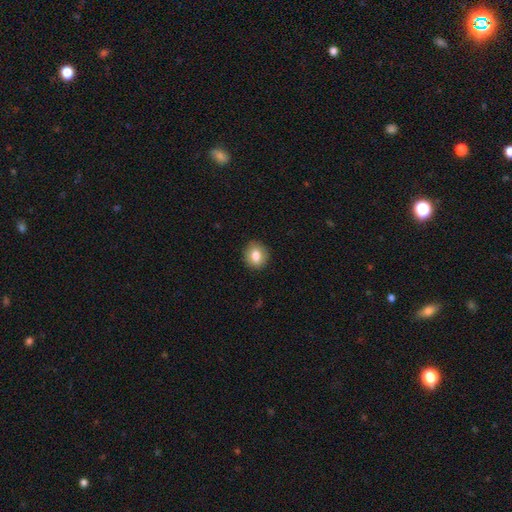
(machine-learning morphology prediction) Overall: smooth (82%). How rounded: round (68%; in between 31%). Merging: none (89%).